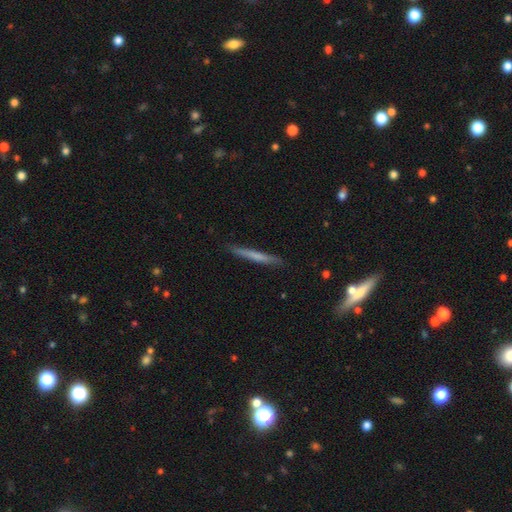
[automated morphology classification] Overall: smooth (59%; featured or disk 35%). How rounded: cigar-shaped (96%). Merging: none (88%).